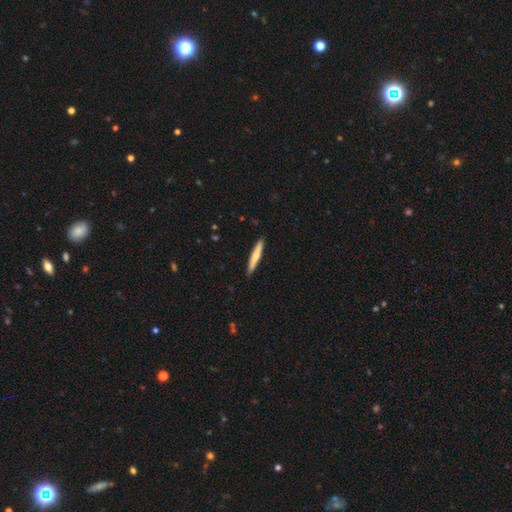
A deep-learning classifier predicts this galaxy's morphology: Smooth or featured?
  - smooth: 64% *
  - featured or disk: 31%
  - star or artifact: 5%
How rounded?
  - cigar-shaped: 94% *
  - in between: 5%
  - round: 1%
Merging?
  - none: 90% *
  - minor disturbance: 7%
  - major disturbance: 1%
  - merger: 1%